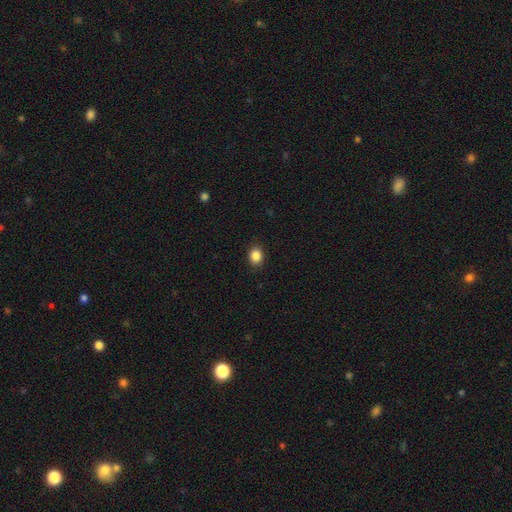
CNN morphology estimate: This is clearly a smooth galaxy (87%). How rounded: possibly in between (50%, tied with round). Merging: clearly none (90%).